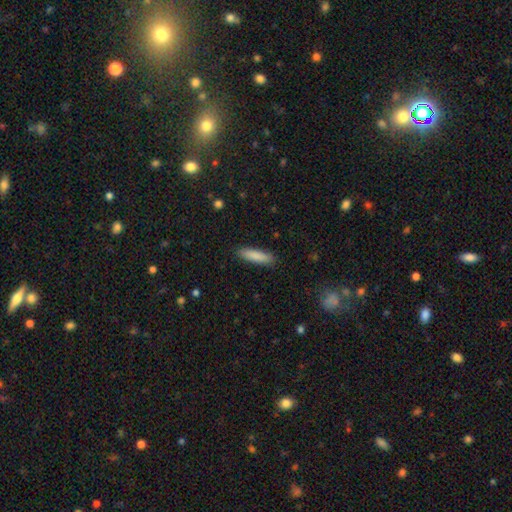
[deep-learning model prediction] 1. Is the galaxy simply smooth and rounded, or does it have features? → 86% smooth, 8% featured or disk, 6% star or artifact.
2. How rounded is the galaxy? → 73% cigar-shaped, 25% in between, 1% round.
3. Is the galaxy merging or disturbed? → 89% none, 8% minor disturbance, 2% major disturbance, 1% merger.